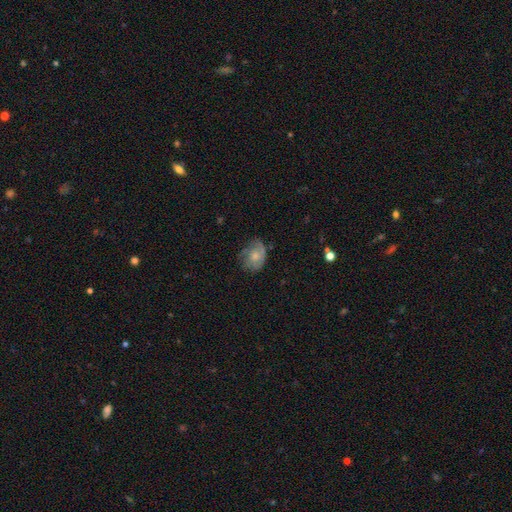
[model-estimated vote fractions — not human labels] This appears to be a smooth galaxy with no disk features (48%). Merging: none (55%).